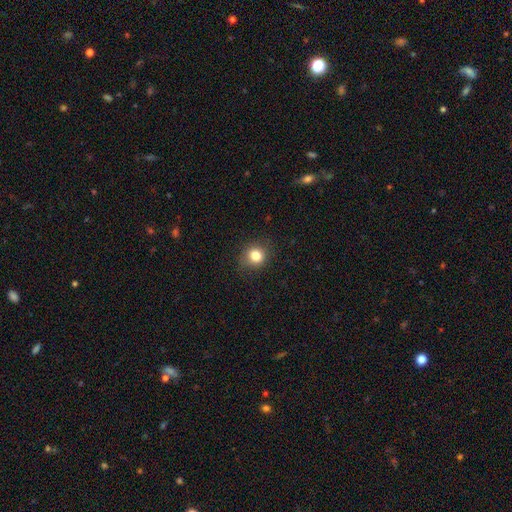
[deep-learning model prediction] smooth 80%, star or artifact 12%, featured or disk 8%. Down the decision tree: how rounded — round (82%); merging — none (84%).